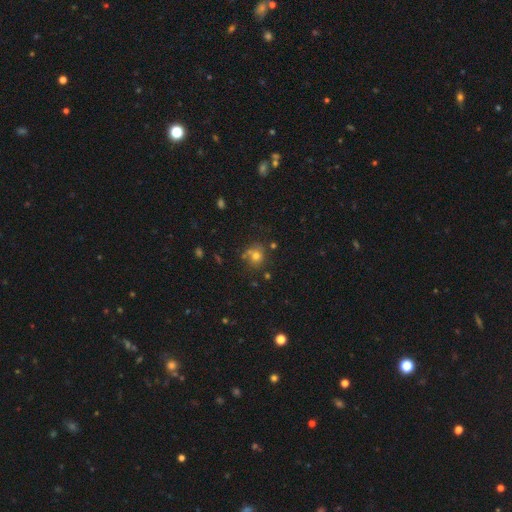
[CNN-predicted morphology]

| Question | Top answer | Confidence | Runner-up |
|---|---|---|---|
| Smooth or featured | smooth | 70% | star or artifact (16%) |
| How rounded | round | 80% | in between (19%) |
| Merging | none | 64% | minor disturbance (16%) |